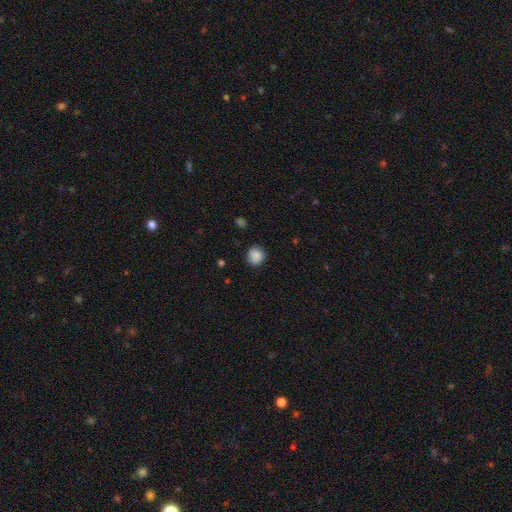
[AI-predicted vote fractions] smooth 87%, star or artifact 9%, featured or disk 5%. Down the decision tree: how rounded — round (87%); merging — none (83%).